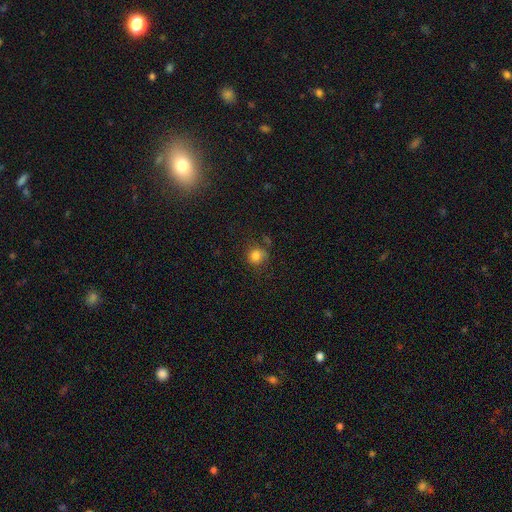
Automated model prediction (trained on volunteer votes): Overall: smooth (81%). How rounded: round (79%). Merging: none (66%).